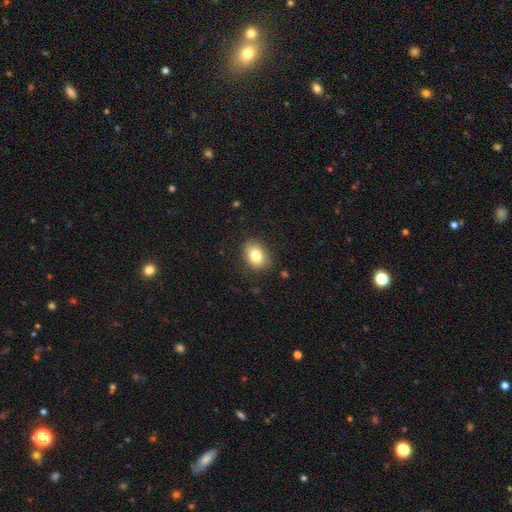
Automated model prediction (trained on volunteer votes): Smooth or featured? Predicted: smooth (p=0.82). How rounded? Predicted: in between (p=0.72). Merging? Predicted: none (p=0.84).